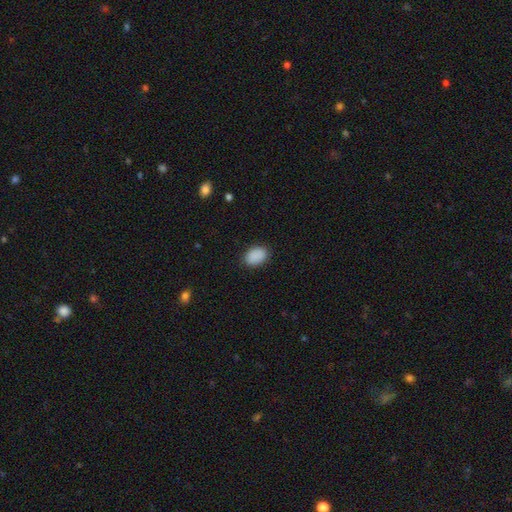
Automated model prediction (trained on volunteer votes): Q: Smooth or featured?
A: smooth (90%); runner-up: star or artifact (7%)
Q: How rounded?
A: in between (78%); runner-up: round (21%)
Q: Merging?
A: none (87%); runner-up: minor disturbance (10%)